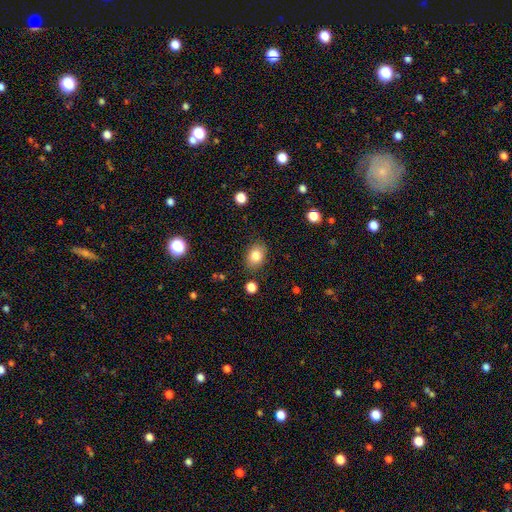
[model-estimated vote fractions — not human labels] A smooth galaxy with no disk features (83%) that is in between round and cigar-shaped (65%). Merging: none (84%).